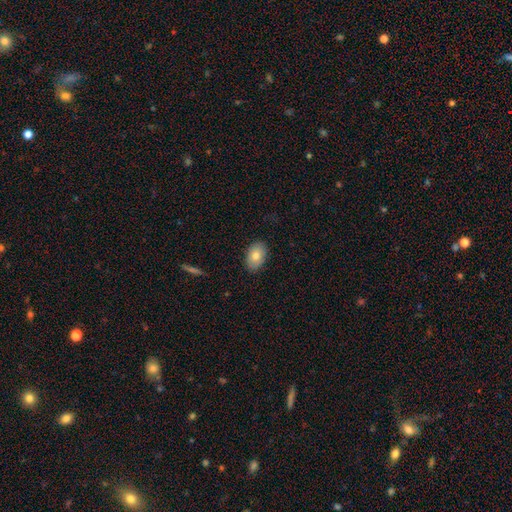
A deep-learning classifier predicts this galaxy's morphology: Smooth or featured? smooth (78%)
How rounded? in between (88%)
Merging? none (87%)